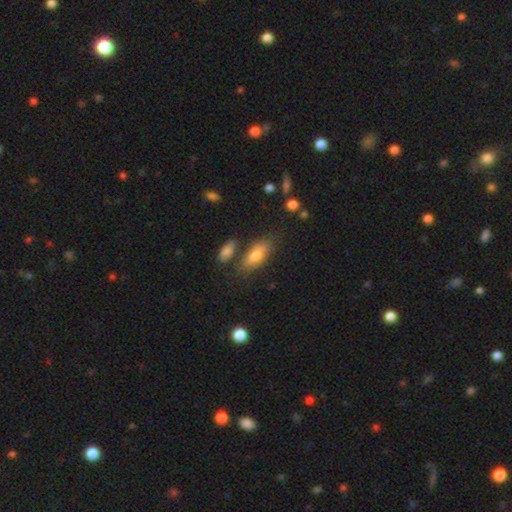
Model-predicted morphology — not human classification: This appears to be a smooth galaxy with no disk features (72%) that is in between round and cigar-shaped (74%). Merging: none (67%).